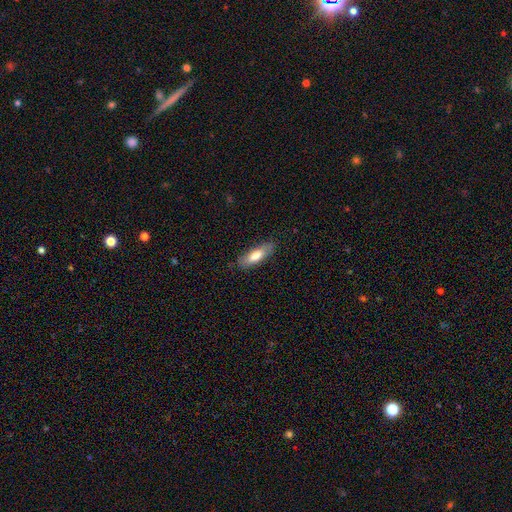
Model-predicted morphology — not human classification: smooth 73%, featured or disk 21%, star or artifact 6%. Down the decision tree: how rounded — in between (54%); merging — none (82%).